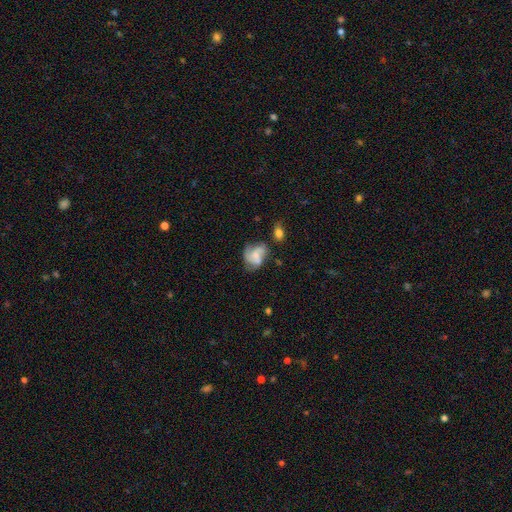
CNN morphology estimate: type=featured or disk (63%); edge-on=no (97%); bar=no (65%); spiral arms=yes (85%); winding=medium (47%); arm count=3 (42%); bulge=small (51%); merging=none (46%).